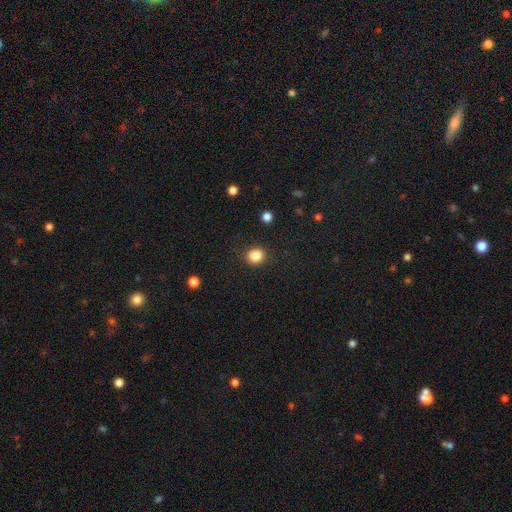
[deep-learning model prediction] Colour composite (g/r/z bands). It shows a smooth galaxy with no disk features (86%) that is round (80%). Merging: none (87%).